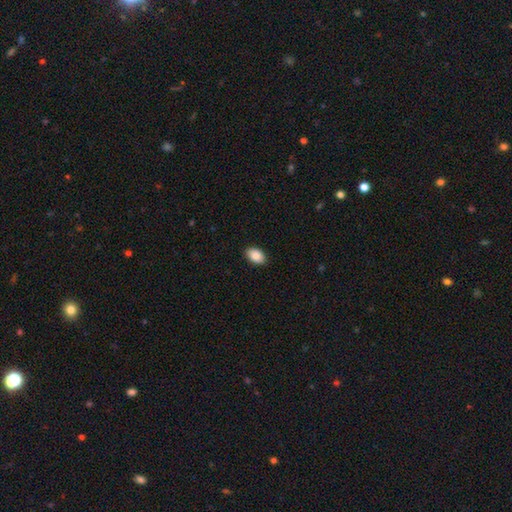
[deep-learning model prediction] smooth-or-featured: smooth: 86% | star or artifact: 7% | featured or disk: 7%
  how-rounded: in between: 90% | round: 9% | cigar-shaped: 1%
  merging: none: 89% | minor disturbance: 8% | major disturbance: 2% | merger: 1%